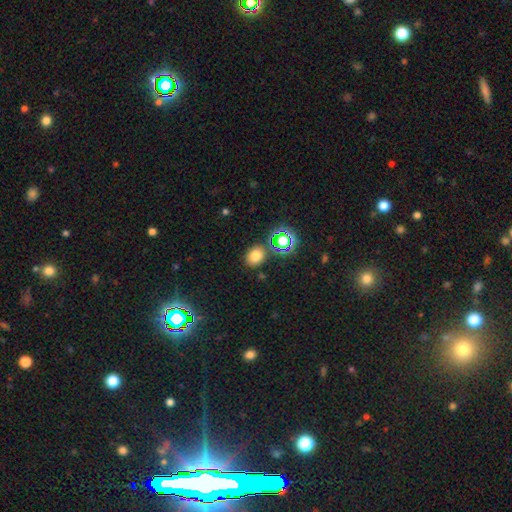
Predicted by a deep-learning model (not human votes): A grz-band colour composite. It shows a smooth galaxy with no disk features (72%) that is round (51%). Merging: none (80%).